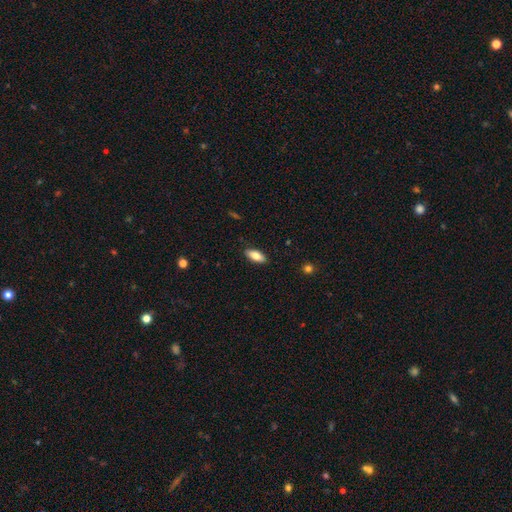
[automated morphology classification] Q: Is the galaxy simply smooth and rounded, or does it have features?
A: smooth — 80%.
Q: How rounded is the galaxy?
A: in between — 82%.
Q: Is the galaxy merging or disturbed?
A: none — 88%.